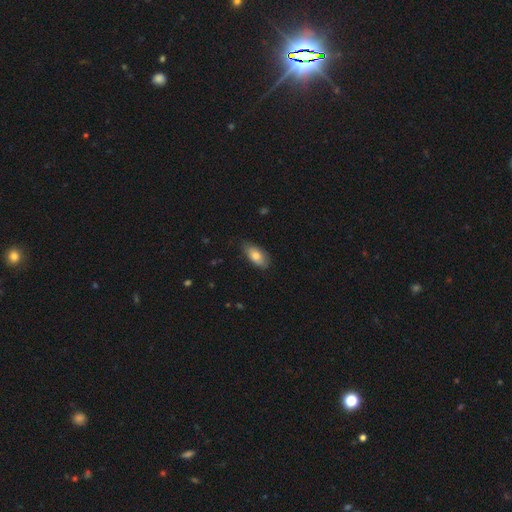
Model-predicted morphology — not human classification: Smooth or featured?
  - smooth: 77% *
  - featured or disk: 16%
  - star or artifact: 6%
How rounded?
  - in between: 91% *
  - cigar-shaped: 6%
  - round: 3%
Merging?
  - none: 74% *
  - minor disturbance: 22%
  - major disturbance: 3%
  - merger: 1%